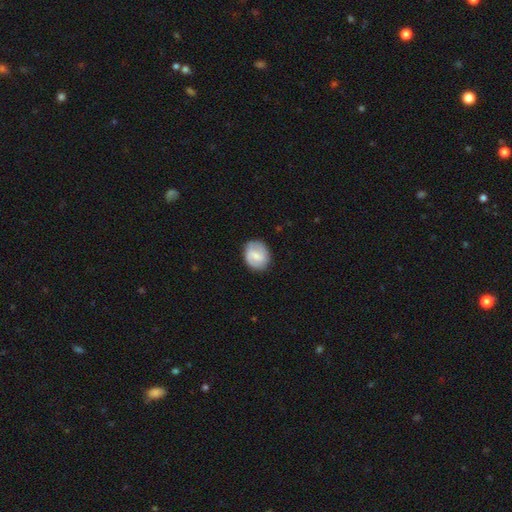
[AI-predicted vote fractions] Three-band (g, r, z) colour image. It shows a smooth galaxy with no disk features (54%) that is round (59%). Merging: none (80%).